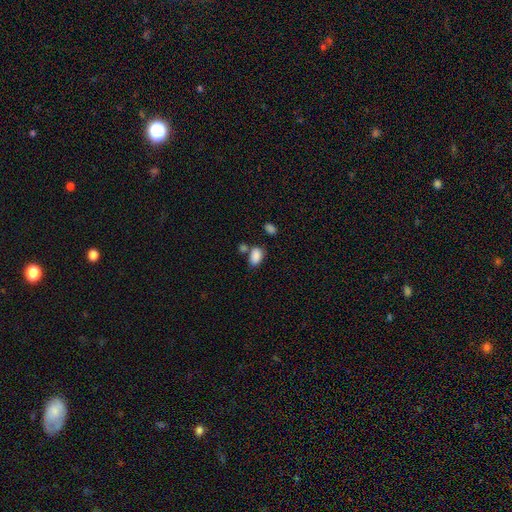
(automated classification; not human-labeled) smooth_or_featured: smooth (p=0.87) [alt: star or artifact p=0.09]
how_rounded: in between (p=0.89) [alt: round p=0.10]
merging: none (p=0.59) [alt: merger p=0.20]